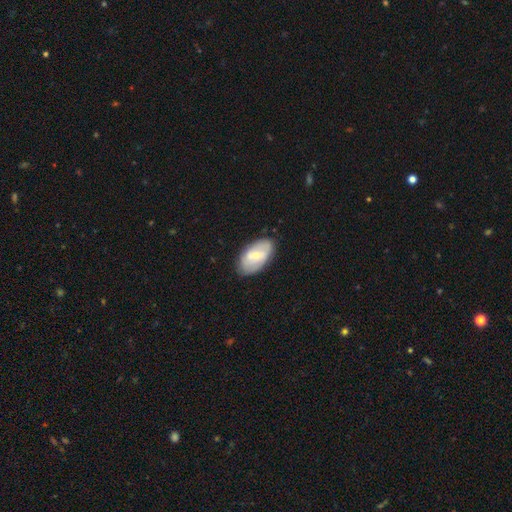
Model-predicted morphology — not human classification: The model was most divided on "smooth or featured": featured or disk: 49%, smooth: 45%, star or artifact: 6%. More confident: merging — none (81%).